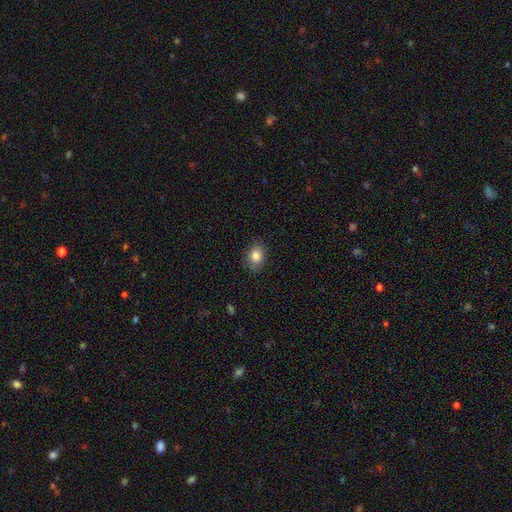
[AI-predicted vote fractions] smooth_or_featured: smooth (p=0.84) [alt: star or artifact p=0.09]
how_rounded: in between (p=0.66) [alt: round p=0.33]
merging: none (p=0.82) [alt: minor disturbance p=0.14]